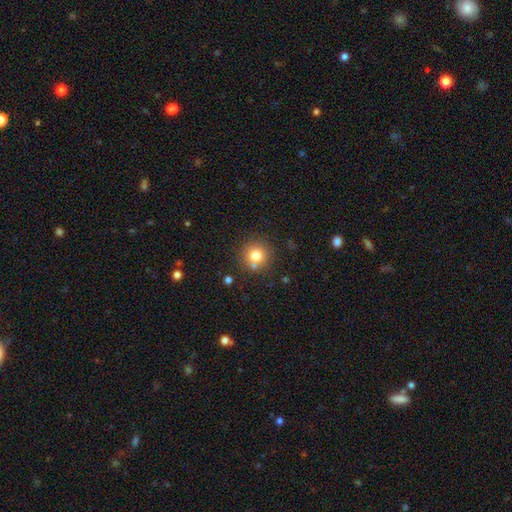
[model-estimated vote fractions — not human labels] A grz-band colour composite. It shows a smooth galaxy with no disk features (77%) that is round (93%). Merging: none (79%).